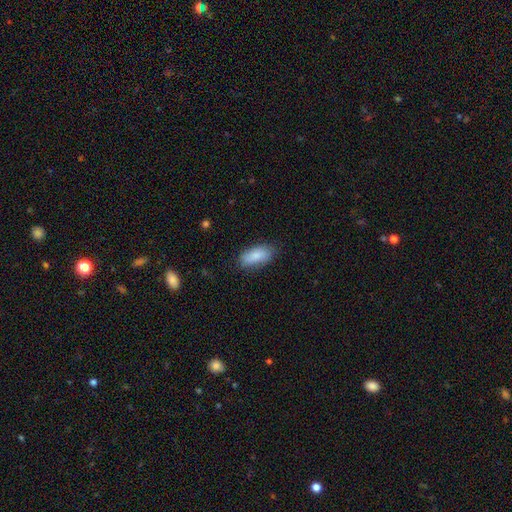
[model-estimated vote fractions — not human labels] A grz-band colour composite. It shows a smooth galaxy with no disk features (84%) that is in between round and cigar-shaped (87%). Merging: none (76%).